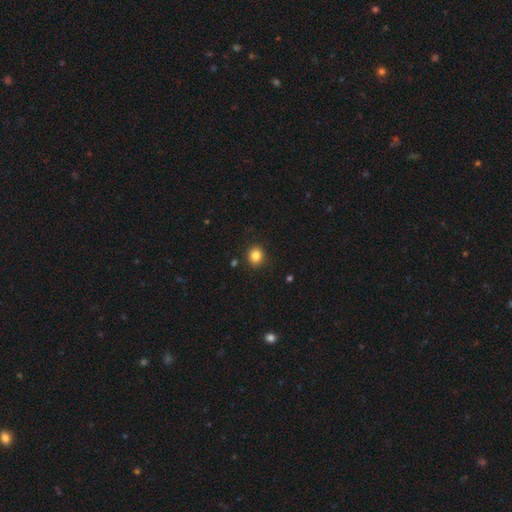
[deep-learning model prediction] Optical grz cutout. It shows a smooth galaxy with no disk features (84%) that is round (80%). Merging: none (90%).